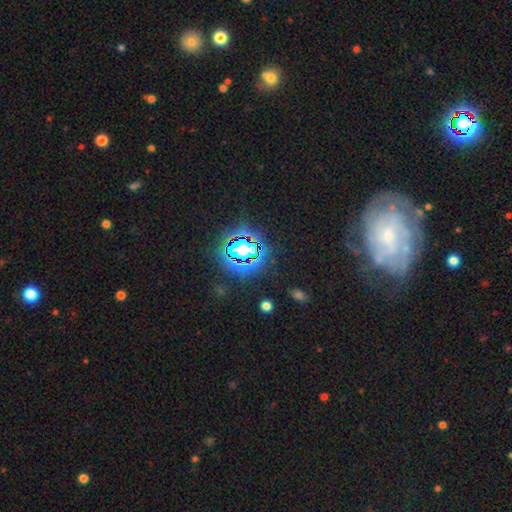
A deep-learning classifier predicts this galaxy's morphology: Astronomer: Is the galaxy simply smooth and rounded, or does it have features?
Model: star or artifact — 54% (runner-up: featured or disk, 31%).